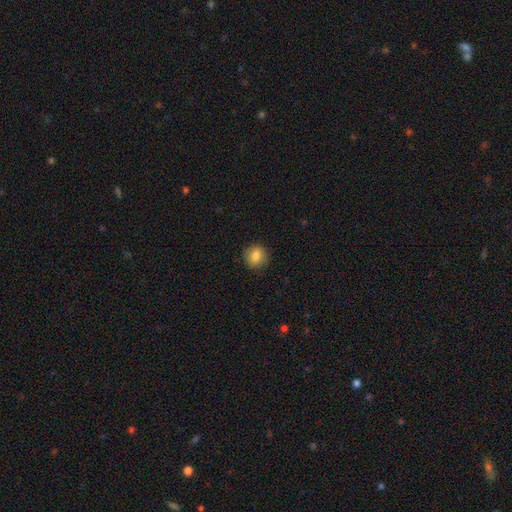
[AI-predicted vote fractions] This is clearly a smooth galaxy (83%). How rounded: clearly round (88%). Merging: clearly none (89%).